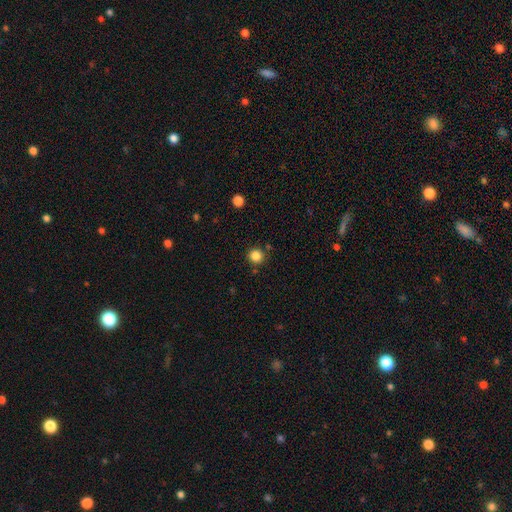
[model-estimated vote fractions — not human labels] smooth-or-featured: smooth: 84% | star or artifact: 12% | featured or disk: 4%
  how-rounded: round: 94% | in between: 5% | cigar-shaped: 1%
  merging: none: 86% | minor disturbance: 8% | merger: 4% | major disturbance: 2%